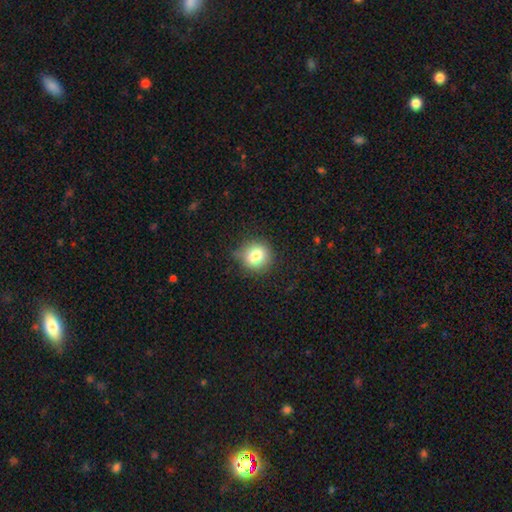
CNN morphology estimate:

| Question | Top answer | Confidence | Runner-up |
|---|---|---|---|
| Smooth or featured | smooth | 80% | star or artifact (11%) |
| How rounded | round | 89% | in between (10%) |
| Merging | none | 79% | minor disturbance (16%) |